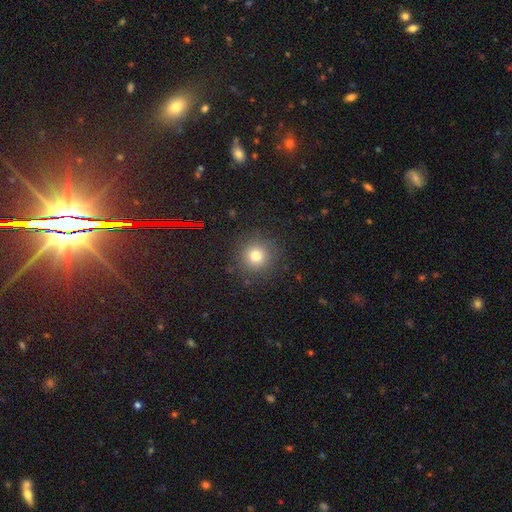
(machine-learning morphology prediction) This appears to be a smooth galaxy with no disk features (77%) that is round (94%). Merging: none (87%).